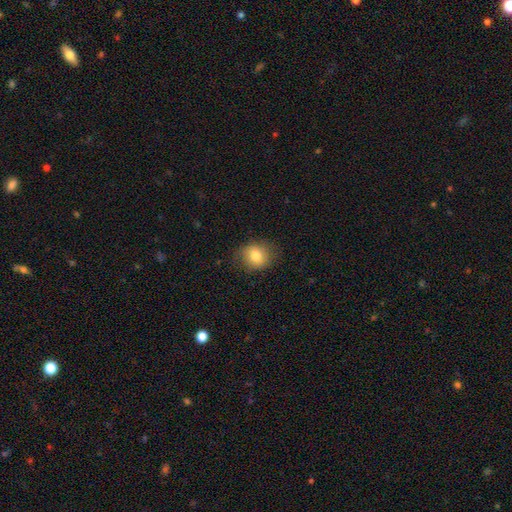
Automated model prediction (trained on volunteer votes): smooth_or_featured: smooth (p=0.80) [alt: featured or disk p=0.11]
how_rounded: round (p=0.67) [alt: in between p=0.32]
merging: none (p=0.80) [alt: minor disturbance p=0.15]